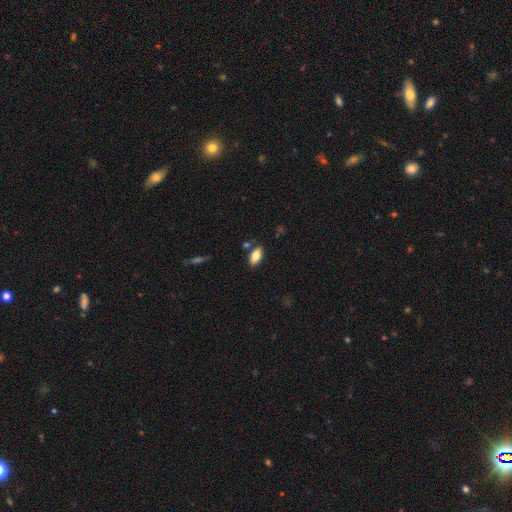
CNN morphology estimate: This appears to be a smooth galaxy with no disk features (81%) that is in between round and cigar-shaped (90%). Merging: none (81%).